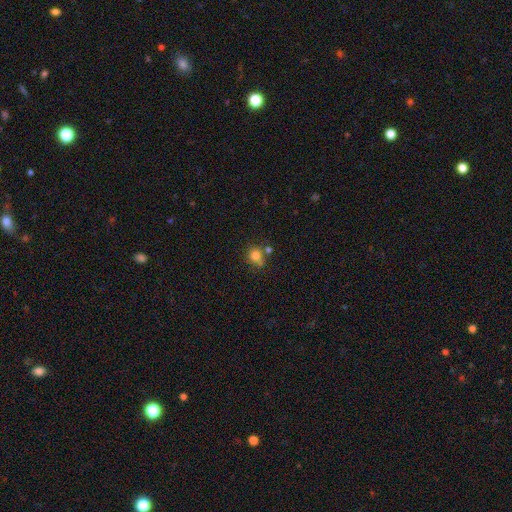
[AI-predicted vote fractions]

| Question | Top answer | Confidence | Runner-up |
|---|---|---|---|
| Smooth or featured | smooth | 80% | star or artifact (13%) |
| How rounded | round | 87% | in between (12%) |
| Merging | none | 64% | merger (20%) |